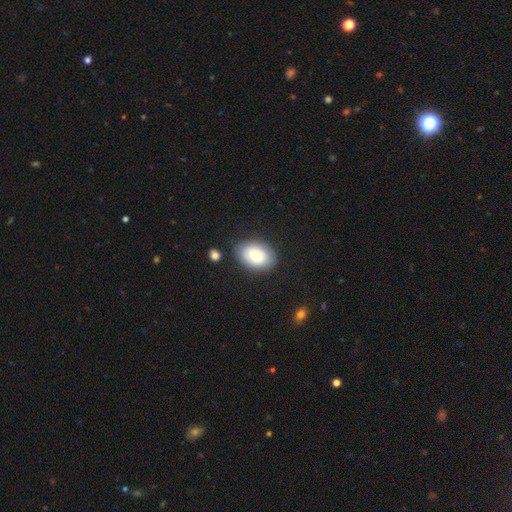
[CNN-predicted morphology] A smooth galaxy with no disk features (80%) that is in between round and cigar-shaped (86%).

Vote fractions:
- Smooth or featured? smooth: 80% / featured or disk: 13% / star or artifact: 7%
- How rounded? in between: 86% / round: 13% / cigar-shaped: 1%
- Merging? none: 80% / minor disturbance: 14% / major disturbance: 4% / merger: 3%